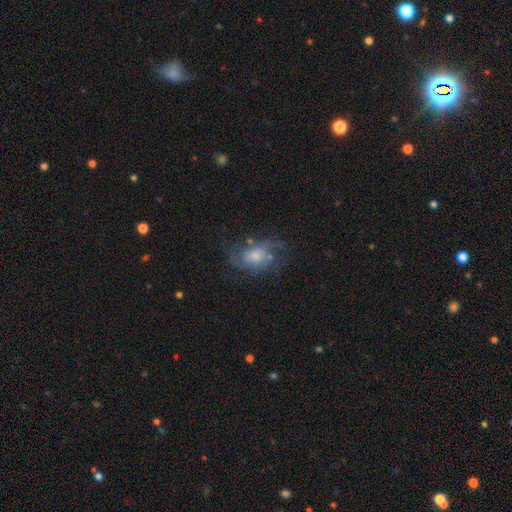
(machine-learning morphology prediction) smooth-or-featured: featured or disk: 71% | smooth: 19% | star or artifact: 10%
  disk-edge-on: no: 96% | yes: 4%
    bar: no: 71% | weak: 25% | strong: 4%
    has-spiral-arms: yes: 87% | no: 13%
      spiral-winding: medium: 47% | tight: 28% | loose: 25%
      spiral-arm-count: 2: 33% | can't tell: 29% | 3: 20% | 4: 7% | 1: 6% | more than 4: 5%
    bulge-size: moderate: 46% | small: 33% | large: 12% | none: 6% | dominant: 2%
  merging: none: 61% | minor disturbance: 19% | major disturbance: 18% | merger: 2%